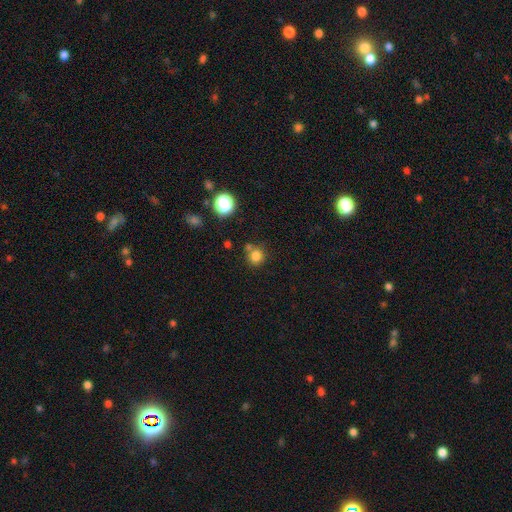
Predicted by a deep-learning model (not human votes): Smooth or featured? Predicted: smooth (p=0.81). How rounded? Predicted: round (p=0.89). Merging? Predicted: none (p=0.70).